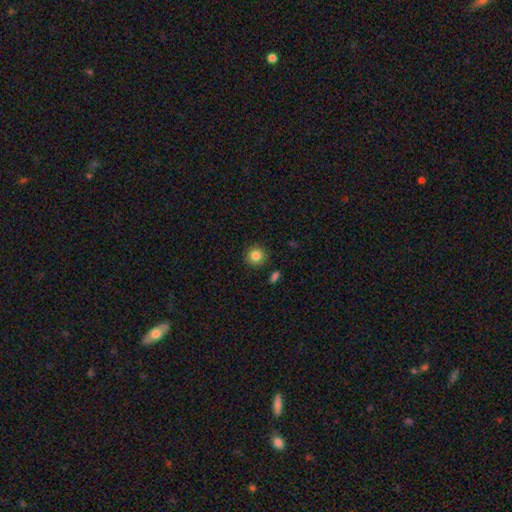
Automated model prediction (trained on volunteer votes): Overall: smooth (85%). How rounded: round (93%). Merging: none (89%).